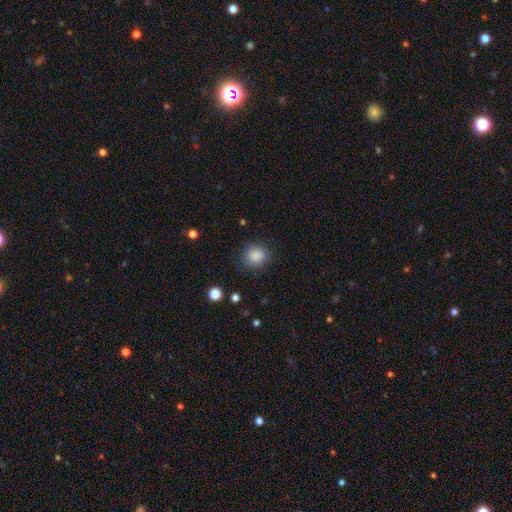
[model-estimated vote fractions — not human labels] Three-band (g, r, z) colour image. It shows a smooth galaxy with no disk features (87%) that is round (82%). Merging: none (85%).